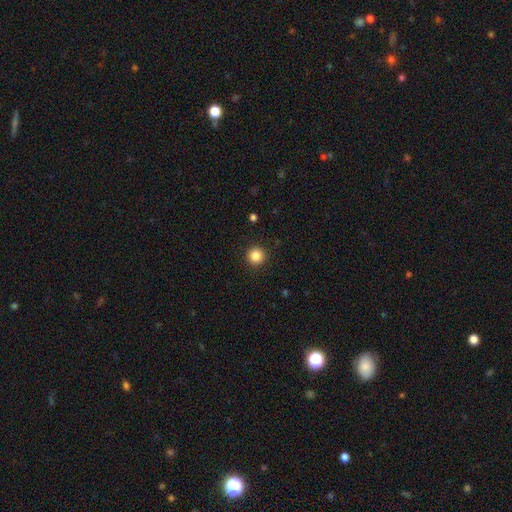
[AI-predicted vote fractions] Smooth or featured?
  - smooth: 85% *
  - star or artifact: 11%
  - featured or disk: 4%
How rounded?
  - round: 95% *
  - in between: 4%
  - cigar-shaped: 1%
Merging?
  - none: 92% *
  - minor disturbance: 5%
  - major disturbance: 2%
  - merger: 1%